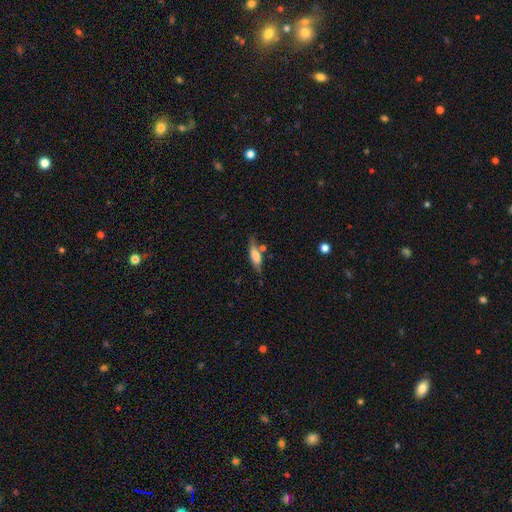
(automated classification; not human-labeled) Smooth or featured: smooth — 61% (featured or disk — 31%)
How rounded: cigar-shaped — 50% (in between — 47%)
Merging: none — 59% (minor disturbance — 23%)